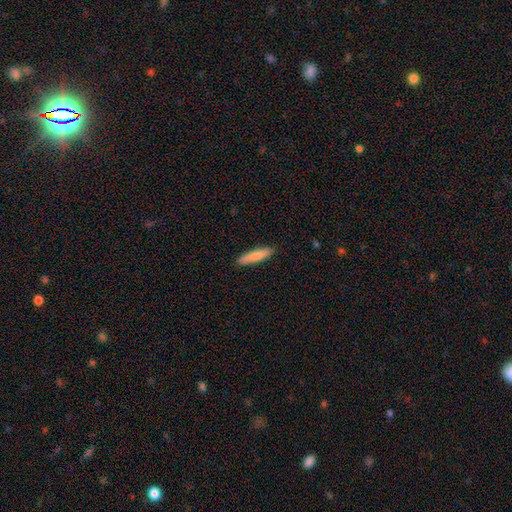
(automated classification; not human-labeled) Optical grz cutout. It shows a smooth galaxy with no disk features (84%) that is cigar-shaped (82%). Merging: none (89%).